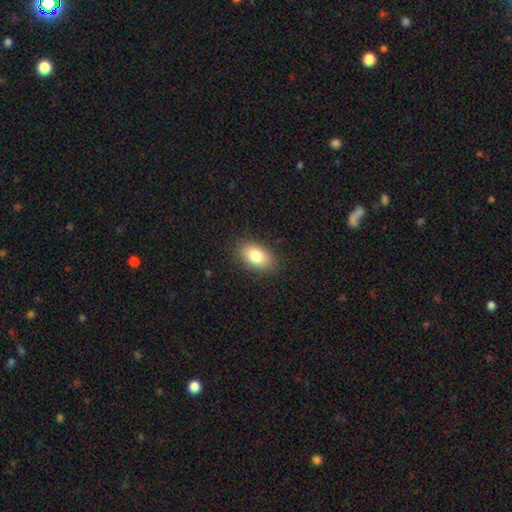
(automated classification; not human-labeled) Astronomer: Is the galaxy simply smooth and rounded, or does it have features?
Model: smooth — 82%.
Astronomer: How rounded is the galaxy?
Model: in between — 90%.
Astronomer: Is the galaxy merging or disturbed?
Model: none — 86%.